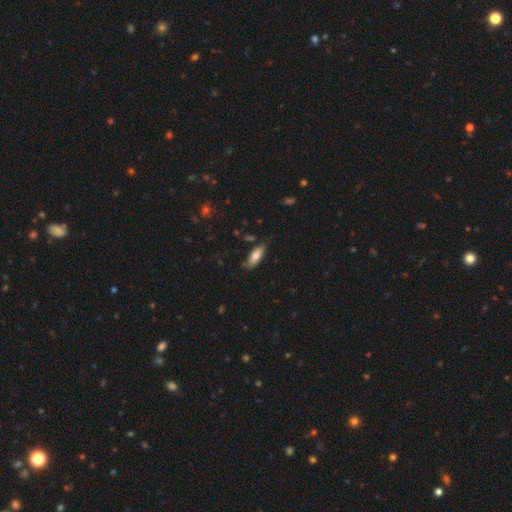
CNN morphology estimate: Smooth or featured? smooth (70%)
How rounded? in between (77%)
Merging? none (73%)